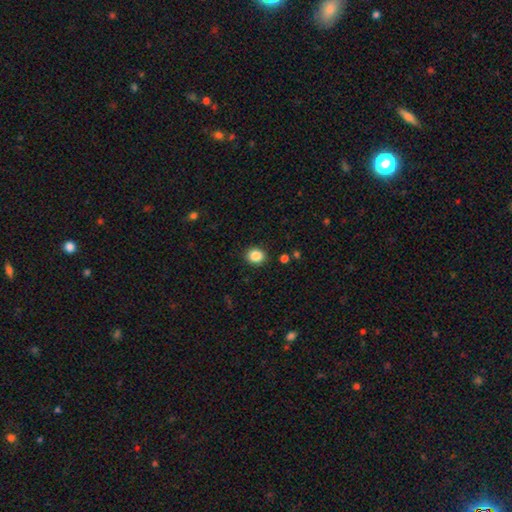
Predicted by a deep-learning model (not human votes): A smooth galaxy with no disk features (86%) that is round (72%).

Vote fractions:
- Smooth or featured? smooth: 86% / star or artifact: 10% / featured or disk: 4%
- How rounded? round: 72% / in between: 27% / cigar-shaped: 1%
- Merging? none: 90% / minor disturbance: 7% / major disturbance: 2% / merger: 1%